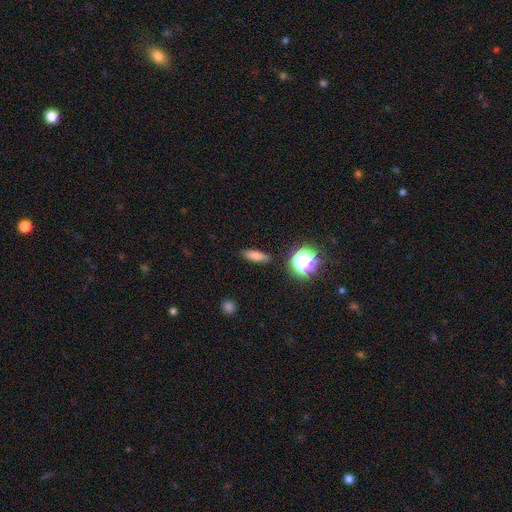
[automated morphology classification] smooth_or_featured: smooth (p=0.77) [alt: star or artifact p=0.14]
how_rounded: in between (p=0.45) [tied with: cigar-shaped p=0.45]
merging: none (p=0.88) [alt: minor disturbance p=0.08]